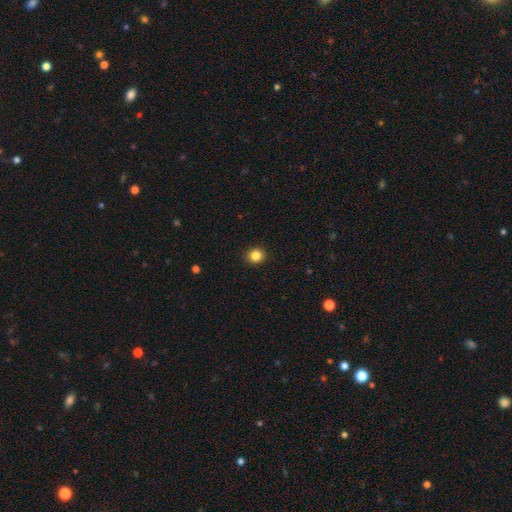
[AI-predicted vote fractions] Q: Smooth or featured?
A: smooth (85%); runner-up: star or artifact (11%)
Q: How rounded?
A: round (87%); runner-up: in between (12%)
Q: Merging?
A: none (93%); runner-up: minor disturbance (5%)